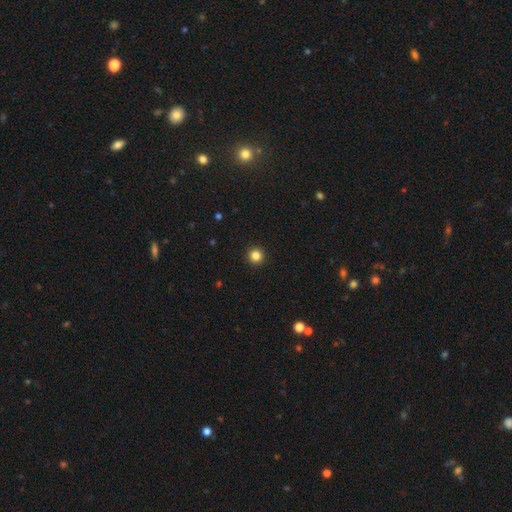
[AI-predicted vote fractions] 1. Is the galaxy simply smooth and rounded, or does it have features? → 84% smooth, 12% star or artifact, 4% featured or disk.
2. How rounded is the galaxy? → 96% round, 3% in between, 1% cigar-shaped.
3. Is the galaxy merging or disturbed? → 94% none, 4% minor disturbance, 1% major disturbance, 1% merger.